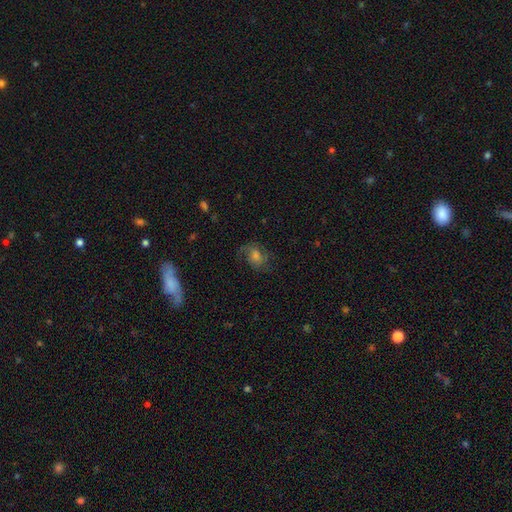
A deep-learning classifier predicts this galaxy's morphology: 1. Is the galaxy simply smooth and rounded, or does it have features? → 53% featured or disk, 31% smooth, 16% star or artifact.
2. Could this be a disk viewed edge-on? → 95% no, 5% yes.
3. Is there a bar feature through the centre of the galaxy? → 63% no, 31% weak, 6% strong.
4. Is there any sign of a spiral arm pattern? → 89% yes, 11% no.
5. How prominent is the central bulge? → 42% moderate, 22% large, 22% small, 10% none, 4% dominant.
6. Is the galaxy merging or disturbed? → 69% none, 18% minor disturbance, 12% major disturbance, 2% merger.